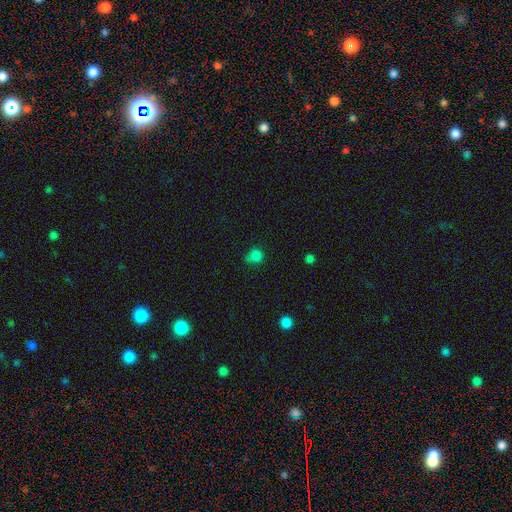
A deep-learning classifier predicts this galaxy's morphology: Smooth or featured? smooth (81%)
How rounded? round (87%)
Merging? none (61%)